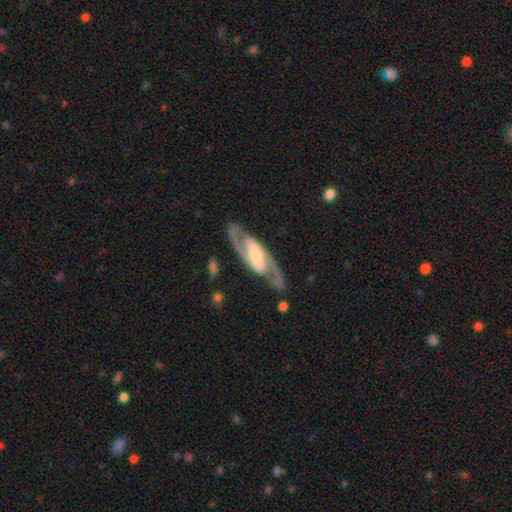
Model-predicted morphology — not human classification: A featured or disk galaxy (90%) with a strong bar (54%), 2 (93%) medium (57%) spiral arms (96%) and a moderate central bulge (46%). Merging: none (85%).